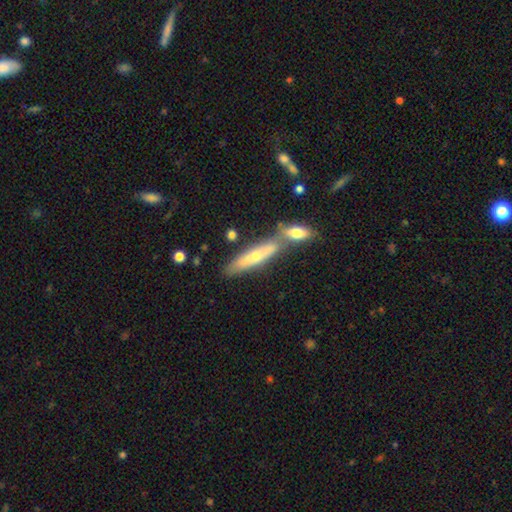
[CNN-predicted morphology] smooth-or-featured: featured or disk: 48% | smooth: 45% | star or artifact: 8%
  merging: none: 57% | merger: 29% | minor disturbance: 11% | major disturbance: 3%